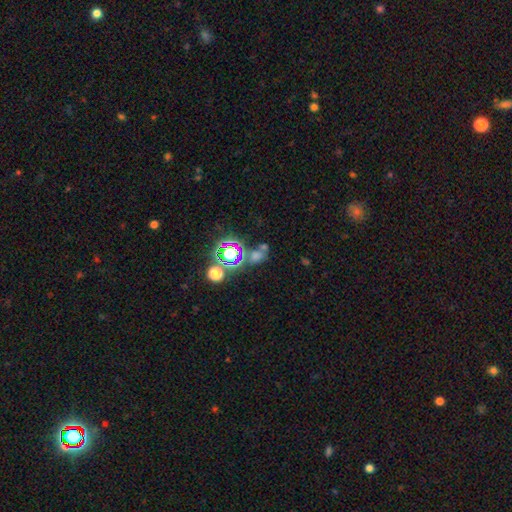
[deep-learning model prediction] A star or artifact, not a galaxy (45%).

Vote fractions:
- Smooth or featured? star or artifact: 45% / smooth: 42% / featured or disk: 14%